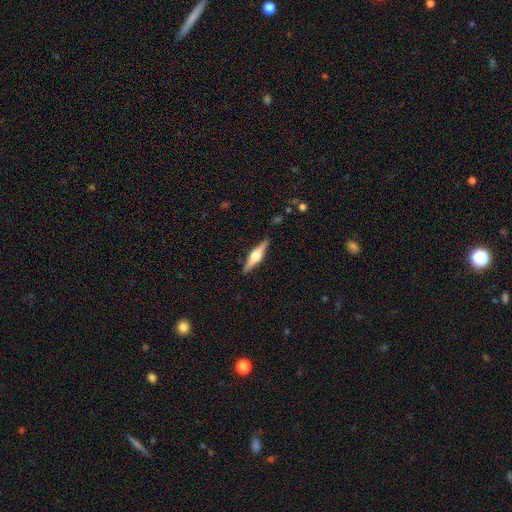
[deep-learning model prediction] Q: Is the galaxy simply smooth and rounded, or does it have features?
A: featured or disk — 72%.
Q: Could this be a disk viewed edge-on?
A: yes — 98%.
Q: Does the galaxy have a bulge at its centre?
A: rounded — 92%.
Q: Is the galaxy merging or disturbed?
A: none — 90%.